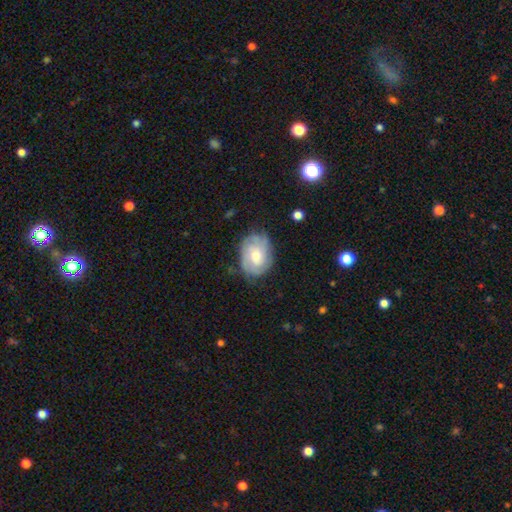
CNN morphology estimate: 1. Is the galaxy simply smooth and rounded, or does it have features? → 60% featured or disk, 34% smooth, 6% star or artifact.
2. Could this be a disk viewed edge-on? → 97% no, 3% yes.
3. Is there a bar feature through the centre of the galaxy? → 70% no, 26% weak, 4% strong.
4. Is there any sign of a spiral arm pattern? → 80% yes, 20% no.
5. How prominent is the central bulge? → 57% moderate, 28% small, 10% large, 3% none, 1% dominant.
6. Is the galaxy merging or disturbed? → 66% none, 24% minor disturbance, 8% major disturbance, 2% merger.